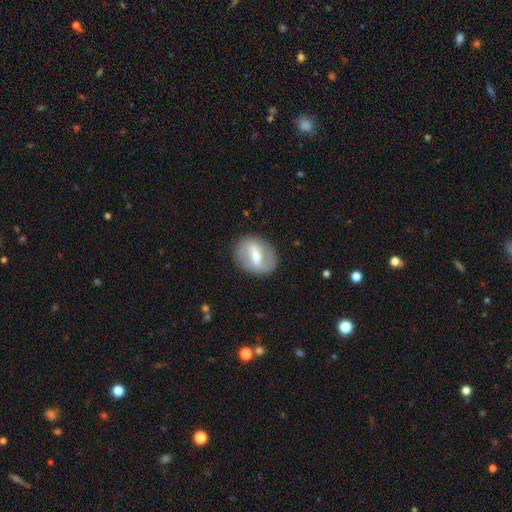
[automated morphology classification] featured or disk 62%, smooth 31%, star or artifact 6%. Down the decision tree: edge-on disk — no (91%); bar — strong (55%); spiral arms — no (54%); bulge size — moderate (62%); merging — none (83%).